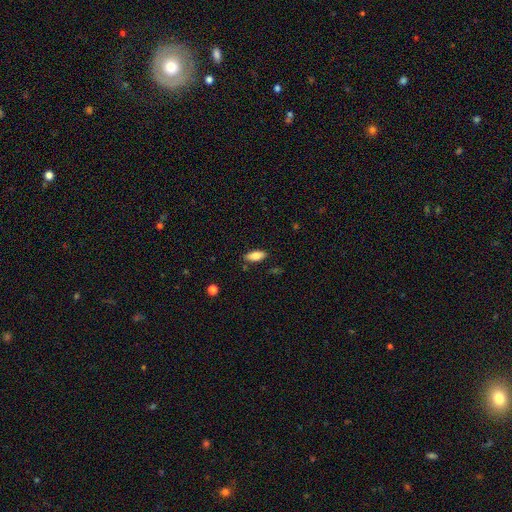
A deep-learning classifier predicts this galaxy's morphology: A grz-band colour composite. It shows a smooth galaxy with no disk features (85%) that is in between round and cigar-shaped (84%). Merging: none (83%).